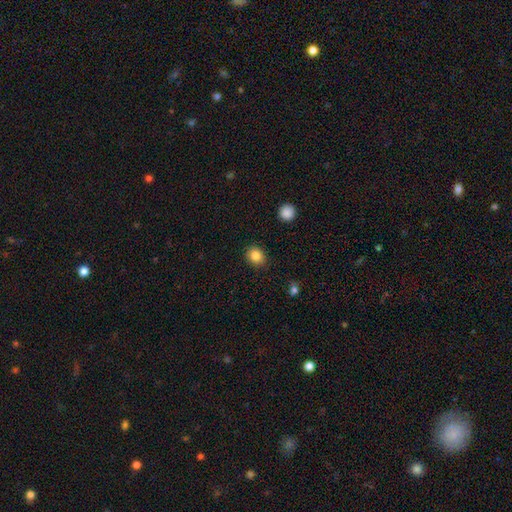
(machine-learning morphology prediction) A smooth galaxy with no disk features (85%) that is round (61%). Merging: none (89%).